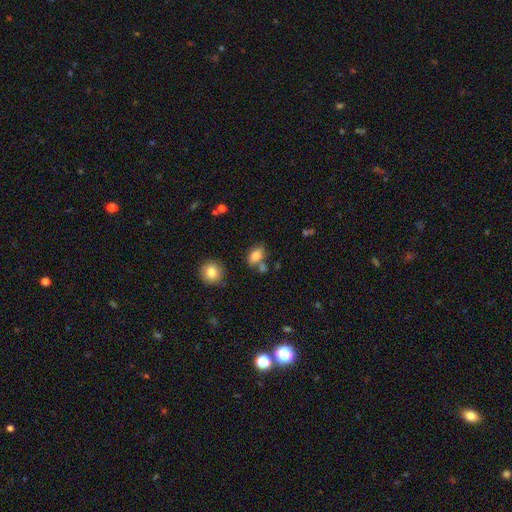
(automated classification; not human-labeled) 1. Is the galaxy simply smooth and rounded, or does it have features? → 81% smooth, 10% star or artifact, 10% featured or disk.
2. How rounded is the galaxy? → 85% in between, 11% round, 4% cigar-shaped.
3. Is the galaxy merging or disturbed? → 61% none, 18% merger, 16% minor disturbance, 5% major disturbance.